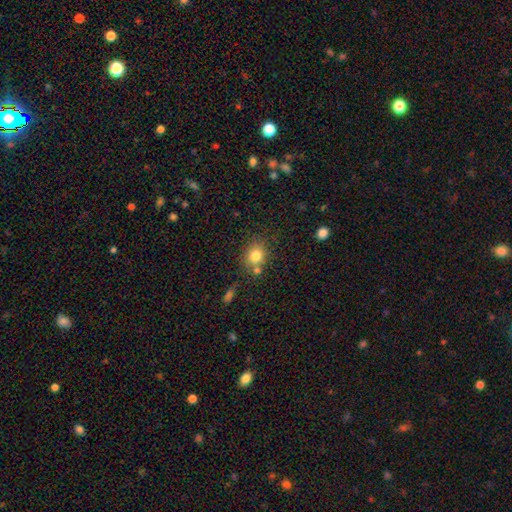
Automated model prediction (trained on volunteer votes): A smooth galaxy with no disk features (80%) that is round (68%).

Vote fractions:
- Smooth or featured? smooth: 80% / star or artifact: 11% / featured or disk: 9%
- How rounded? round: 68% / in between: 31% / cigar-shaped: 1%
- Merging? none: 66% / merger: 16% / minor disturbance: 13% / major disturbance: 4%